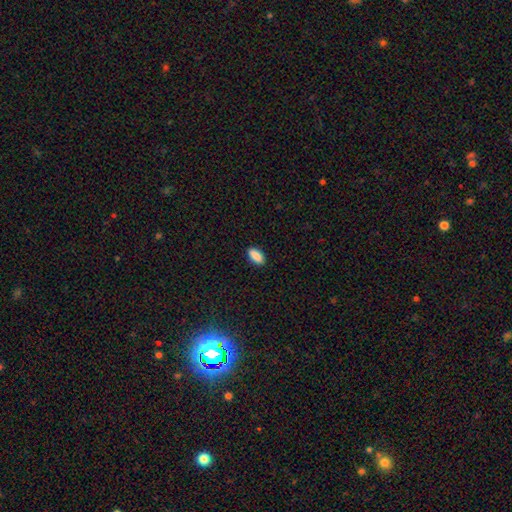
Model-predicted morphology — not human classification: Q: Smooth or featured?
A: smooth (89%); runner-up: star or artifact (7%)
Q: How rounded?
A: in between (90%); runner-up: cigar-shaped (7%)
Q: Merging?
A: none (90%); runner-up: minor disturbance (8%)